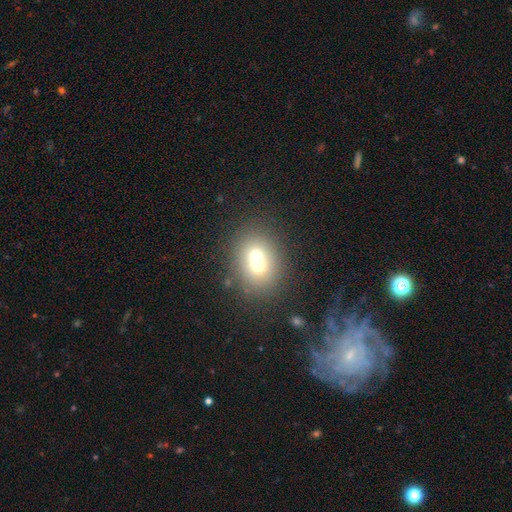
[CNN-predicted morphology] smooth-or-featured: smooth: 64% | featured or disk: 22% | star or artifact: 14%
  how-rounded: round: 67% | in between: 32% | cigar-shaped: 1%
  merging: merger: 58% | none: 34% | minor disturbance: 6% | major disturbance: 3%